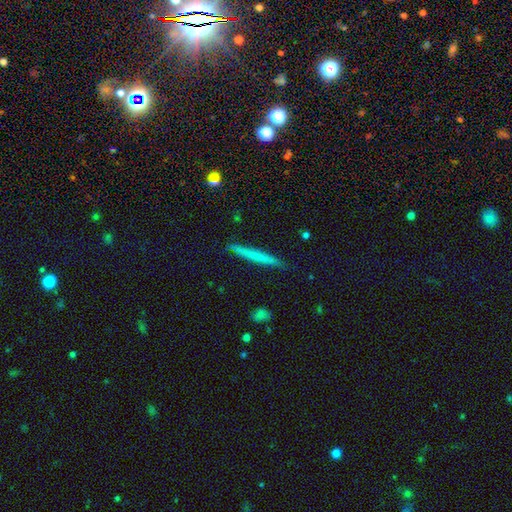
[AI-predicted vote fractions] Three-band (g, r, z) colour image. It shows a smooth galaxy with no disk features (59%) that is cigar-shaped (96%). Merging: none (89%).